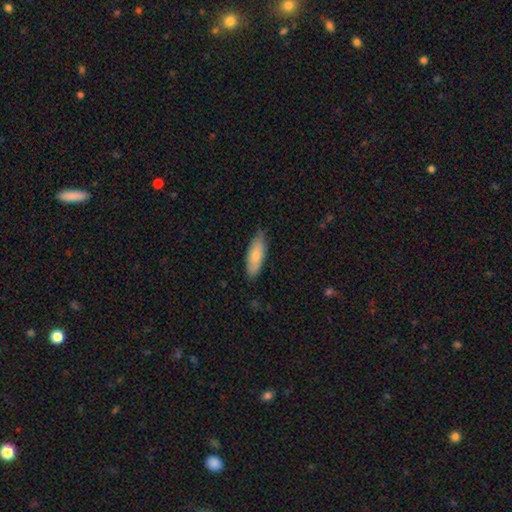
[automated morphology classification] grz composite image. It shows a smooth galaxy with no disk features (75%) that is in between round and cigar-shaped (64%). Merging: none (78%).